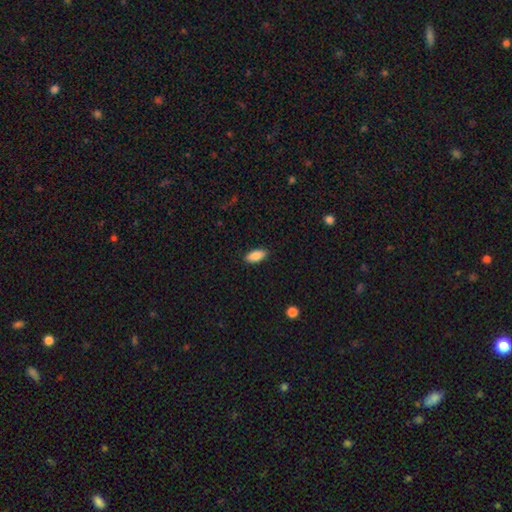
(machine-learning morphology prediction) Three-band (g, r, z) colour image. It shows a smooth galaxy with no disk features (88%) that is in between round and cigar-shaped (87%). Merging: none (89%).